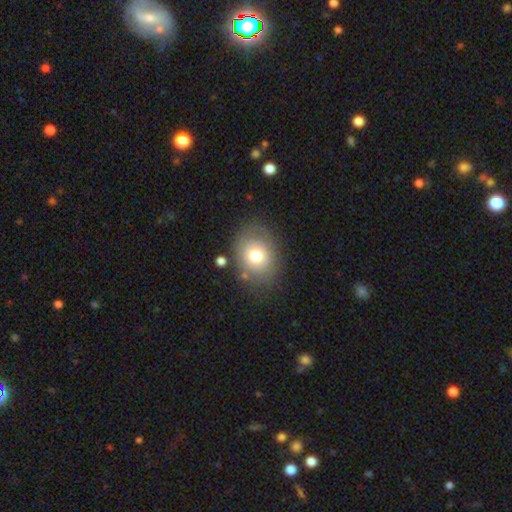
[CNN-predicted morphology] Smooth or featured? smooth (71%)
How rounded? round (53%)
Merging? none (77%)